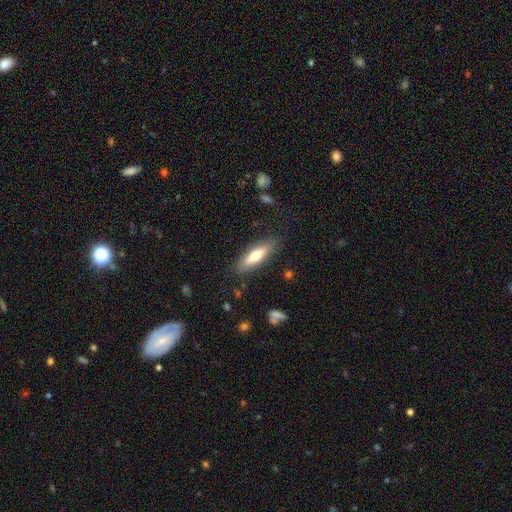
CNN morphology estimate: Smooth or featured: smooth — 66% (featured or disk — 27%)
How rounded: cigar-shaped — 54% (in between — 44%)
Merging: none — 84% (minor disturbance — 11%)